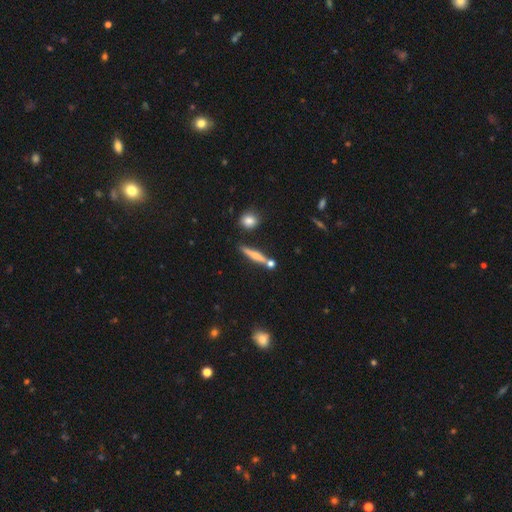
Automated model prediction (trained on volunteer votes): smooth_or_featured: smooth (p=0.49) [alt: featured or disk p=0.42]
merging: none (p=0.74) [alt: merger p=0.12]